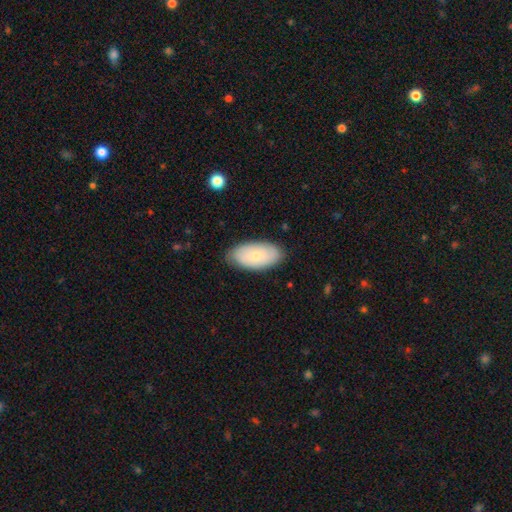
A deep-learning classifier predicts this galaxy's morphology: smooth-or-featured: smooth: 66% | featured or disk: 28% | star or artifact: 6%
  how-rounded: in between: 95% | cigar-shaped: 3% | round: 3%
  merging: none: 81% | minor disturbance: 15% | major disturbance: 3% | merger: 1%